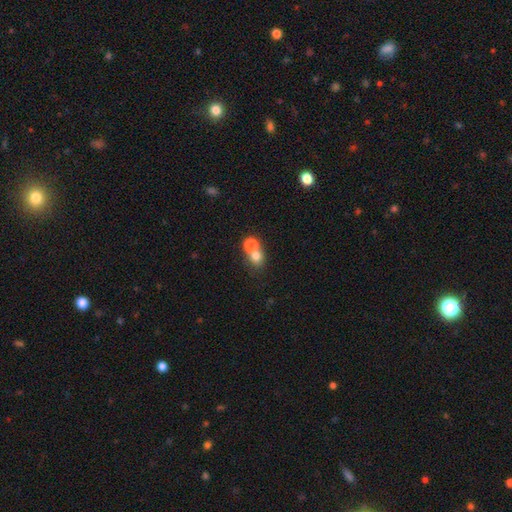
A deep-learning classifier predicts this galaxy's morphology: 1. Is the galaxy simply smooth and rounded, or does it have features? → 75% smooth, 13% star or artifact, 12% featured or disk.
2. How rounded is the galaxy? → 77% round, 22% in between, 1% cigar-shaped.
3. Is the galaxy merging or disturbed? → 54% merger, 37% none, 6% minor disturbance, 3% major disturbance.